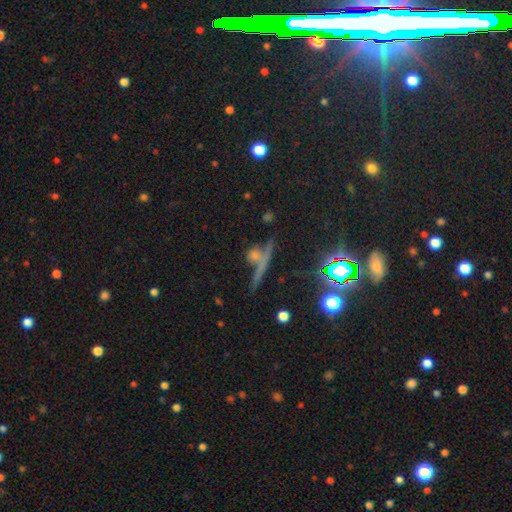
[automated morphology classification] Smooth or featured: smooth — 41% (star or artifact — 33%)
Merging: none — 52% (merger — 24%)